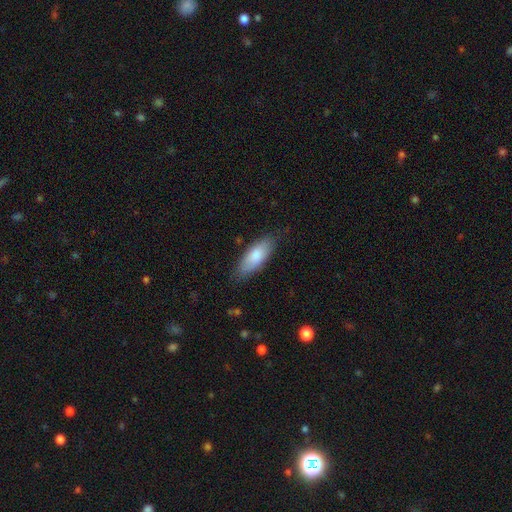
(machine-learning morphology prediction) Smooth or featured: smooth — 82% (featured or disk — 13%)
How rounded: in between — 76% (cigar-shaped — 23%)
Merging: none — 79% (minor disturbance — 16%)